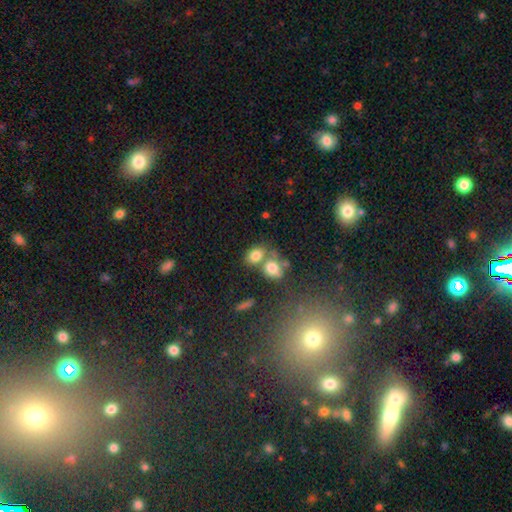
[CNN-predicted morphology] A smooth galaxy with no disk features (77%) that is in between round and cigar-shaped (69%).

Vote fractions:
- Smooth or featured? smooth: 77% / star or artifact: 12% / featured or disk: 11%
- How rounded? in between: 69% / round: 29% / cigar-shaped: 2%
- Merging? none: 43% / merger: 40% / minor disturbance: 11% / major disturbance: 5%